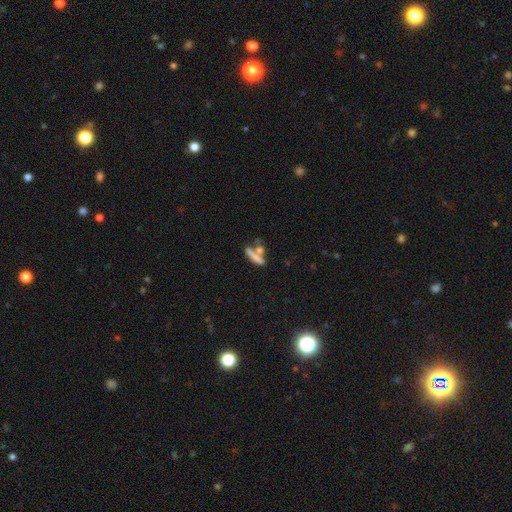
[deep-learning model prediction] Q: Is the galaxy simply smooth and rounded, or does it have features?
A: smooth — 66%.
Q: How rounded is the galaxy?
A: cigar-shaped — 72%.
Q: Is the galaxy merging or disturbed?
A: none — 44%.